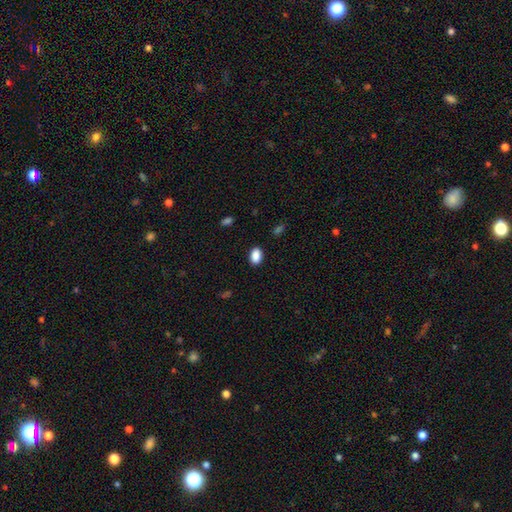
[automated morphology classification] Smooth or featured?
  - smooth: 89% *
  - star or artifact: 8%
  - featured or disk: 3%
How rounded?
  - in between: 85% *
  - round: 14%
  - cigar-shaped: 2%
Merging?
  - none: 88% *
  - minor disturbance: 9%
  - major disturbance: 2%
  - merger: 1%